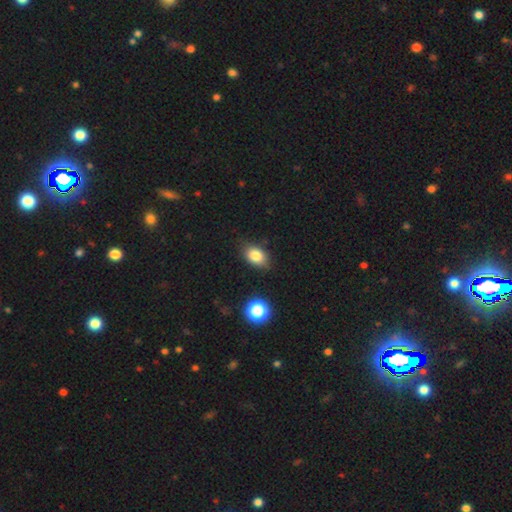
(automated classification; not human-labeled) This appears to be a smooth galaxy with no disk features (82%) that is in between round and cigar-shaped (80%). Merging: none (81%).